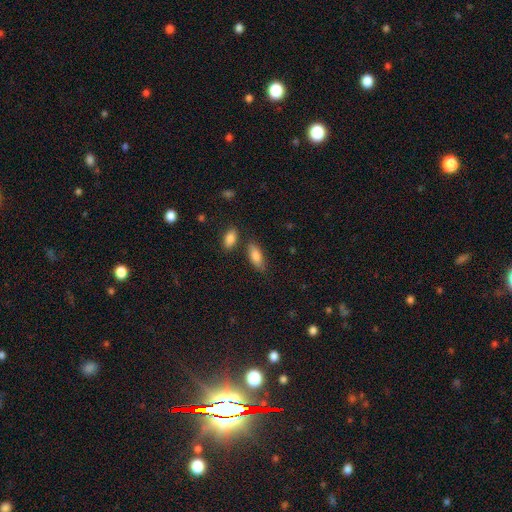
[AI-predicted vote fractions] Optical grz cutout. It shows a smooth galaxy with no disk features (84%) that is in between round and cigar-shaped (78%). Merging: none (75%).